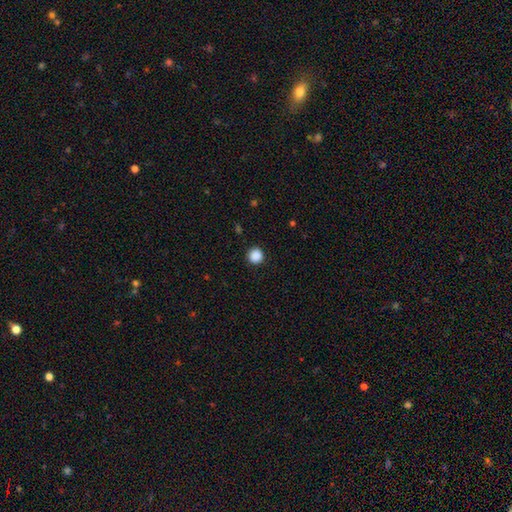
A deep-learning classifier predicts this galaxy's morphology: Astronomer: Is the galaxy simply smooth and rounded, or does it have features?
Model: smooth — 88%.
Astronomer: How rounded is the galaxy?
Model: round — 94%.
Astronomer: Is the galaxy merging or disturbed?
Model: none — 91%.